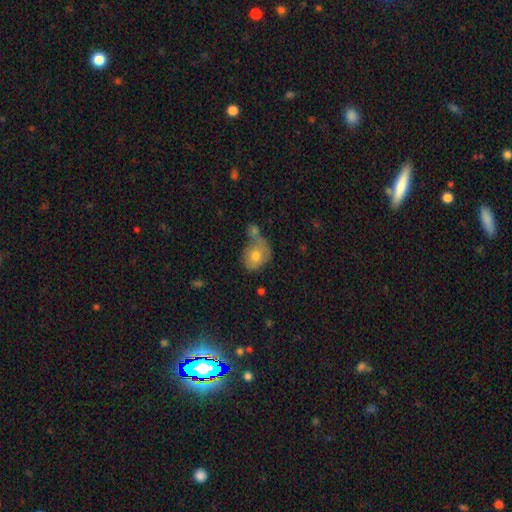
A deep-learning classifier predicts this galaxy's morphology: smooth-or-featured: smooth: 72% | featured or disk: 20% | star or artifact: 8%
  how-rounded: round: 58% | in between: 41% | cigar-shaped: 1%
  merging: merger: 38% | none: 33% | minor disturbance: 17% | major disturbance: 11%